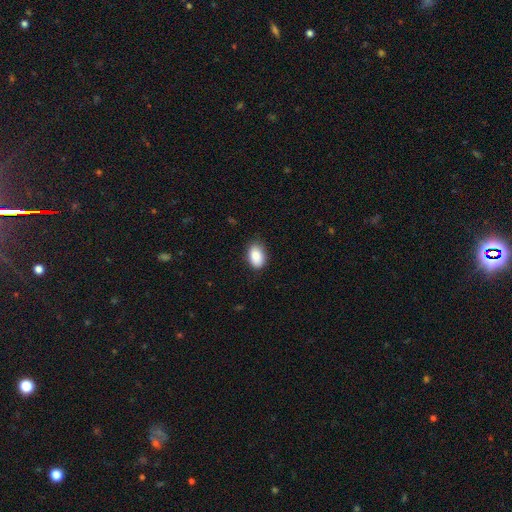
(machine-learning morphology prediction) Smooth or featured: smooth — 88% (star or artifact — 7%)
How rounded: in between — 88% (round — 11%)
Merging: none — 80% (minor disturbance — 16%)